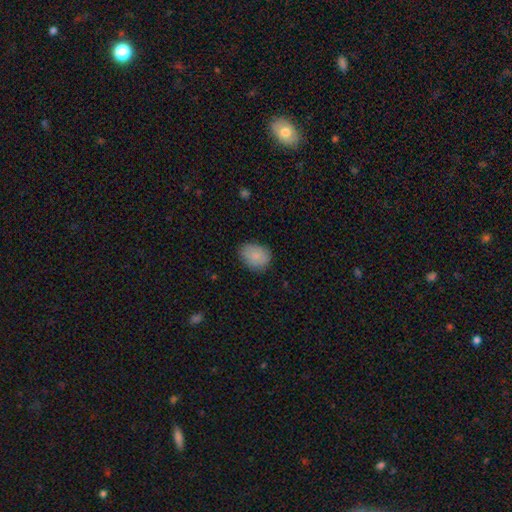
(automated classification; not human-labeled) Overall: smooth (86%). How rounded: in between (60%; round 39%). Merging: none (80%).